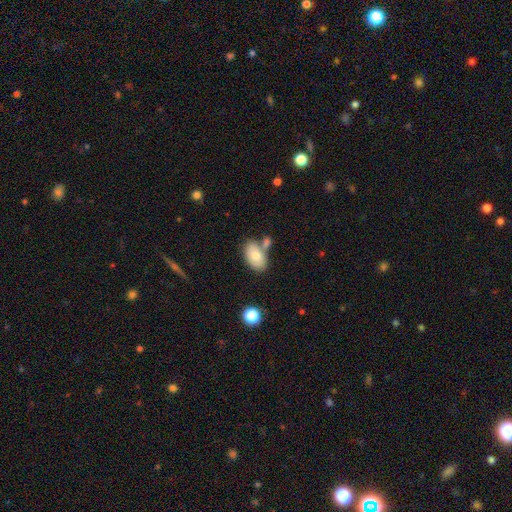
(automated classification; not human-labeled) Smooth or featured? smooth (73%)
How rounded? in between (91%)
Merging? none (57%)